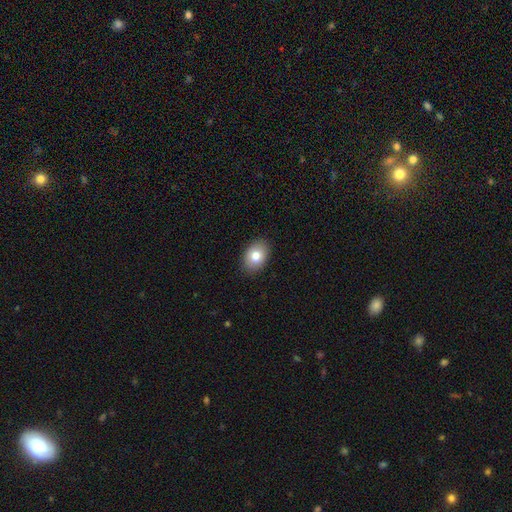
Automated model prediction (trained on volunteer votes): smooth-or-featured: smooth: 80% | featured or disk: 12% | star or artifact: 8%
  how-rounded: in between: 77% | round: 22% | cigar-shaped: 1%
  merging: none: 89% | minor disturbance: 8% | major disturbance: 2% | merger: 1%